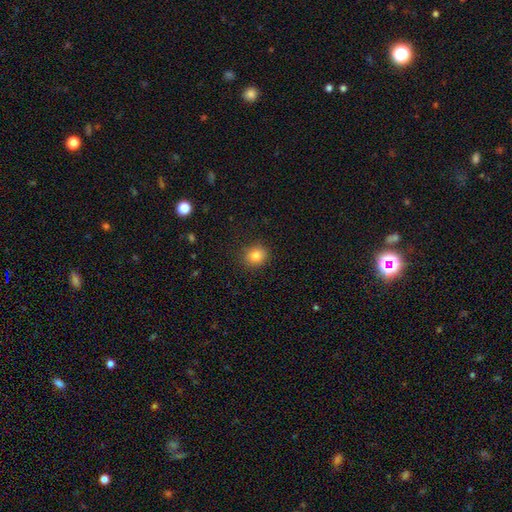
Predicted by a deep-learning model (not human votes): Smooth or featured? Predicted: smooth (p=0.82). How rounded? Predicted: round (p=0.76). Merging? Predicted: none (p=0.88).